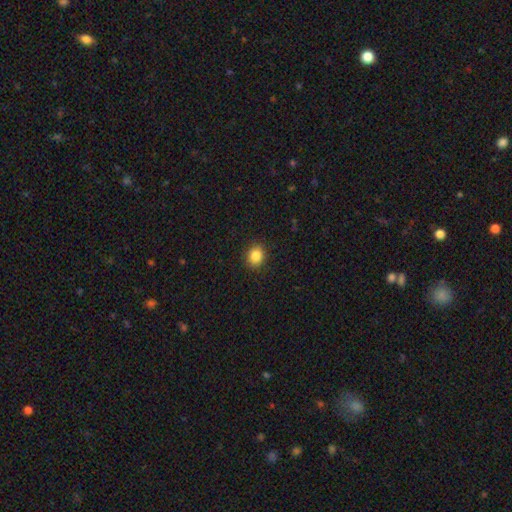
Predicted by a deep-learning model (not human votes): Q: Smooth or featured?
A: smooth (86%); runner-up: star or artifact (10%)
Q: How rounded?
A: round (68%); runner-up: in between (31%)
Q: Merging?
A: none (89%); runner-up: minor disturbance (8%)